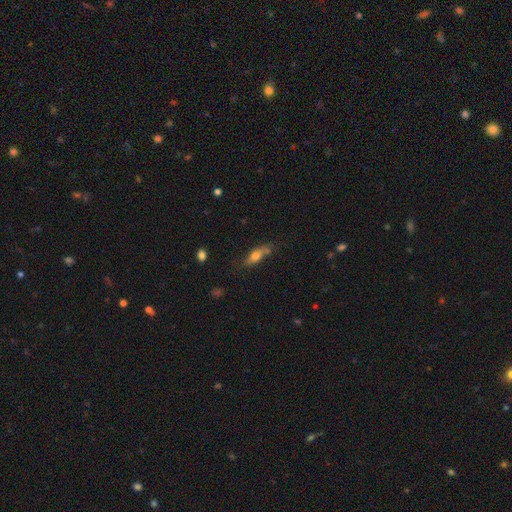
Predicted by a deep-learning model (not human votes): This appears to be a smooth galaxy with no disk features (59%) that is cigar-shaped (49%). Merging: none (64%).